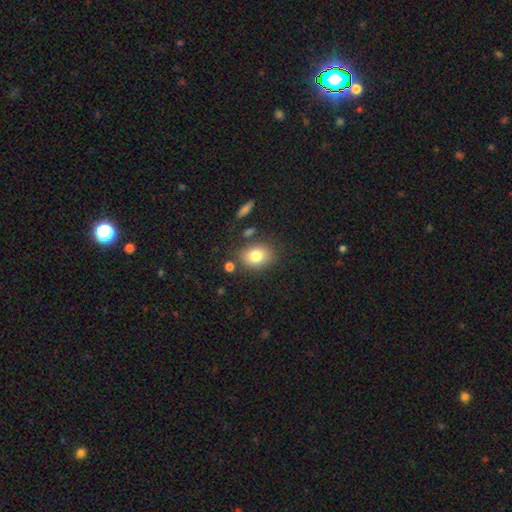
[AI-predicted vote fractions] smooth-or-featured: smooth: 80% | featured or disk: 10% | star or artifact: 9%
  how-rounded: in between: 65% | round: 33% | cigar-shaped: 1%
  merging: none: 79% | minor disturbance: 12% | merger: 6% | major disturbance: 4%